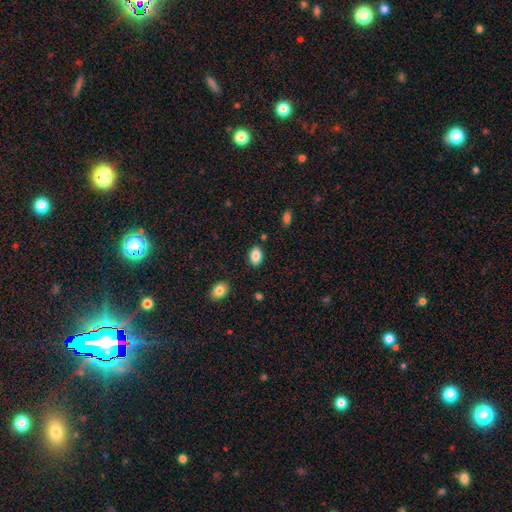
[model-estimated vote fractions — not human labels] This appears to be a smooth galaxy with no disk features (86%) that is in between round and cigar-shaped (87%). Merging: none (85%).